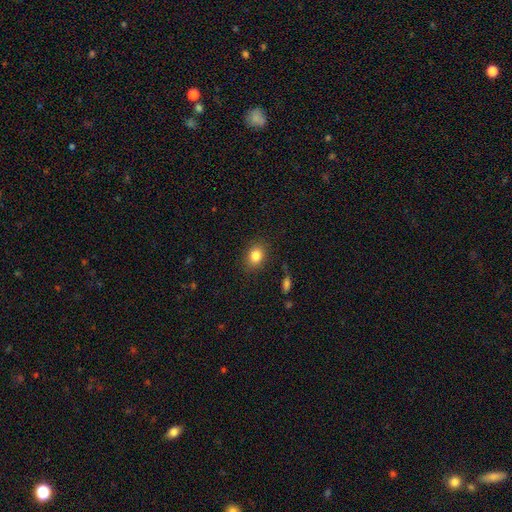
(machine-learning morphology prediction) smooth 83%, star or artifact 10%, featured or disk 7%. Down the decision tree: how rounded — in between (60%); merging — none (85%).